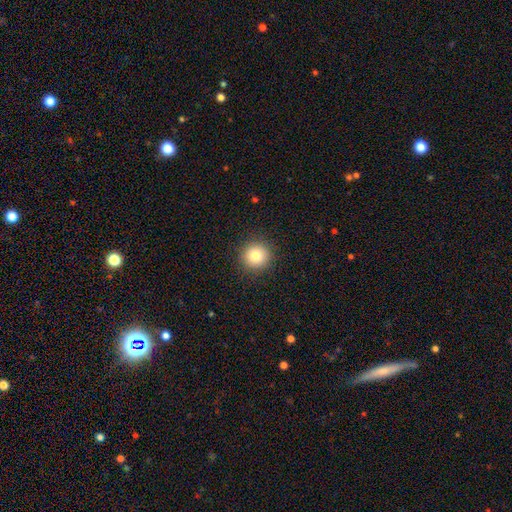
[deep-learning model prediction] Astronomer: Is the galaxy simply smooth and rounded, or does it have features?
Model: smooth — 82%.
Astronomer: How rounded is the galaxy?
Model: round — 94%.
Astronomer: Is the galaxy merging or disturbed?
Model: none — 91%.